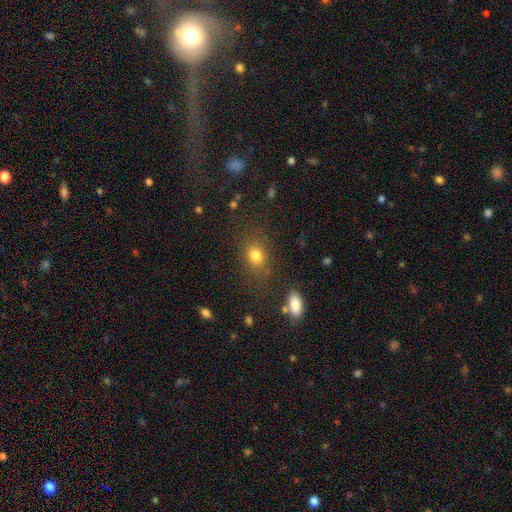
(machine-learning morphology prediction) A smooth galaxy with no disk features (79%) that is in between round and cigar-shaped (58%). Merging: none (75%).